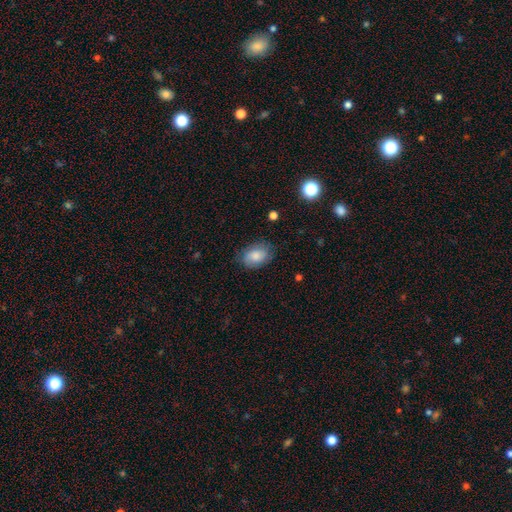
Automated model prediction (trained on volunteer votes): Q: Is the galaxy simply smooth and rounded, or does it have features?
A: smooth — 81%.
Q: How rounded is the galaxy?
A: in between — 81%.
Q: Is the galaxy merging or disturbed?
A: none — 76%.